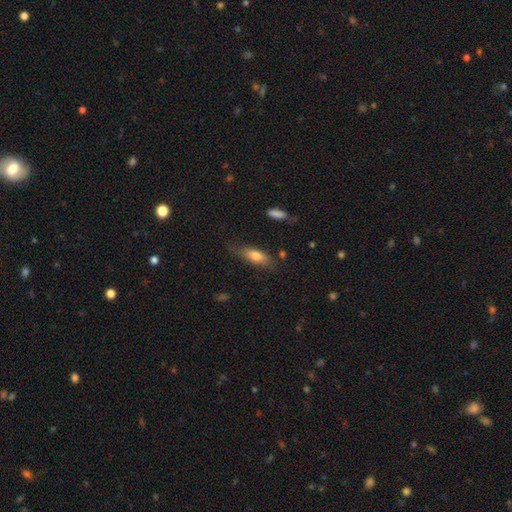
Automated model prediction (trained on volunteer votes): Smooth or featured?
  - smooth: 72% *
  - featured or disk: 21%
  - star or artifact: 7%
How rounded?
  - in between: 65% *
  - cigar-shaped: 33%
  - round: 3%
Merging?
  - none: 68% *
  - minor disturbance: 22%
  - major disturbance: 7%
  - merger: 3%